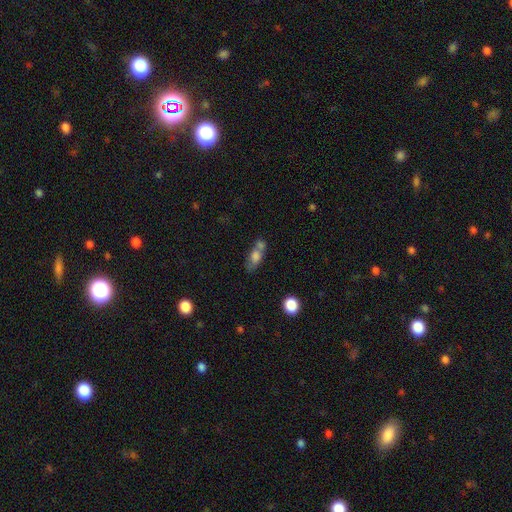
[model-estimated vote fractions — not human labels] smooth-or-featured: smooth: 67% | featured or disk: 22% | star or artifact: 11%
  how-rounded: in between: 70% | cigar-shaped: 19% | round: 12%
  merging: none: 40% | merger: 39% | minor disturbance: 14% | major disturbance: 7%